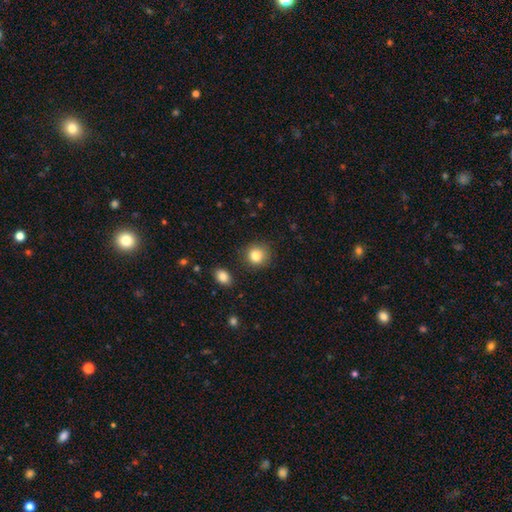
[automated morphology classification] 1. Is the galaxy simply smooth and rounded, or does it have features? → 84% smooth, 10% star or artifact, 6% featured or disk.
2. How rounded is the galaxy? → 85% round, 14% in between, 1% cigar-shaped.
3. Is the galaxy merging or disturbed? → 83% none, 11% minor disturbance, 3% major disturbance, 3% merger.